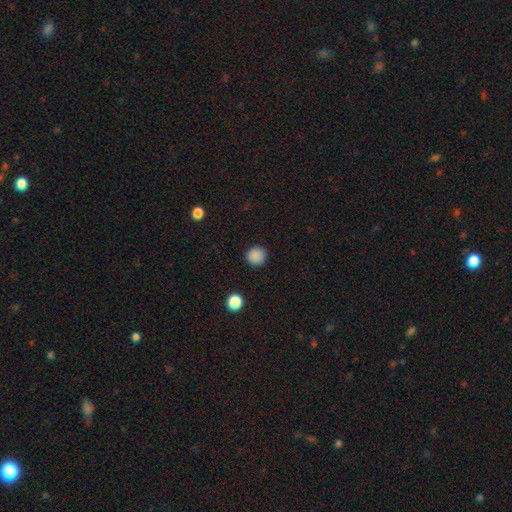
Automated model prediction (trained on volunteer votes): Morphology: type=smooth (87%); roundness=round (95%); merging=none (92%).